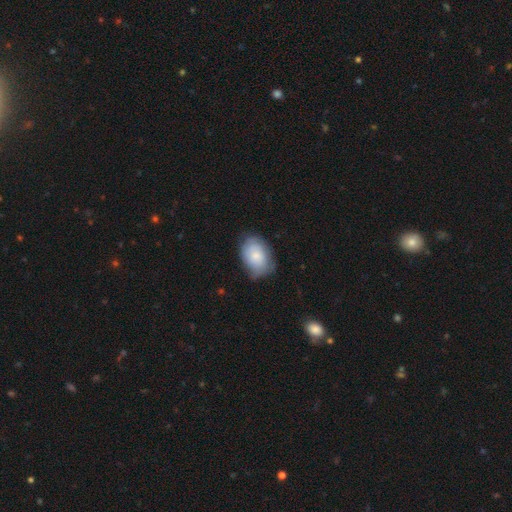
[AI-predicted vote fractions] The model was most divided on "merging": none: 63%, minor disturbance: 29%, major disturbance: 7%, merger: 1%. More confident: how rounded — in between (82%); smooth or featured — smooth (76%).